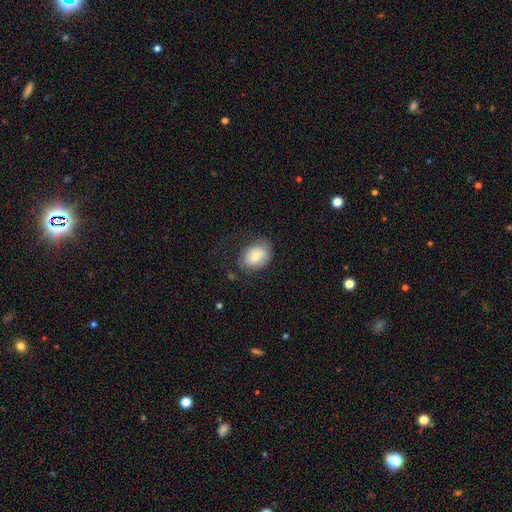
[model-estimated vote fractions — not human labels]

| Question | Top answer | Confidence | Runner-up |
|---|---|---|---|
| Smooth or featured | smooth | 80% | featured or disk (13%) |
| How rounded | in between | 72% | round (27%) |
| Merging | none | 62% | minor disturbance (23%) |